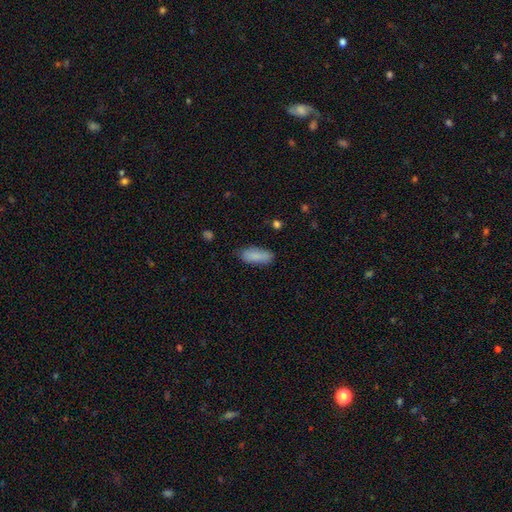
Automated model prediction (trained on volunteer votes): This is clearly a smooth galaxy (87%). How rounded: likely in between (72%). Merging: clearly none (82%).